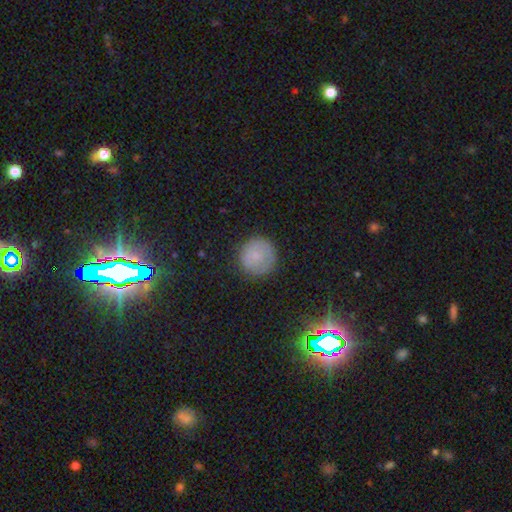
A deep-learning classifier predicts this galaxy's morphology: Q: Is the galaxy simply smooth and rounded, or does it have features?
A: smooth — 71%.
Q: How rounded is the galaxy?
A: round — 94%.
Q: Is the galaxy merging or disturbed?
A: none — 84%.